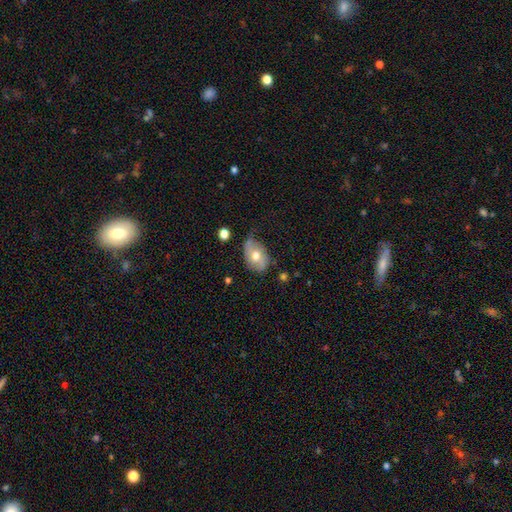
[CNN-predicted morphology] type=smooth (58%); roundness=in between (81%); merging=none (44%).